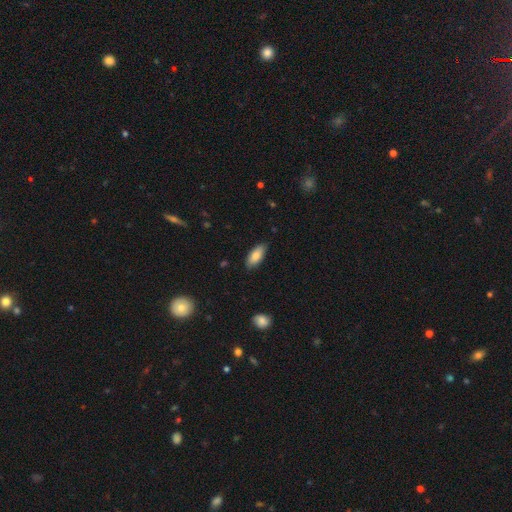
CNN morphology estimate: Smooth or featured? Predicted: smooth (p=0.84). How rounded? Predicted: in between (p=0.85). Merging? Predicted: none (p=0.84).